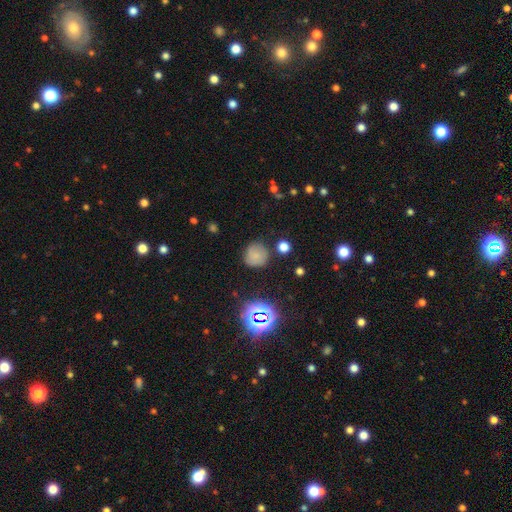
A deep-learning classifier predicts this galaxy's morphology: A smooth galaxy with no disk features (71%) that is round (90%). Merging: none (78%).